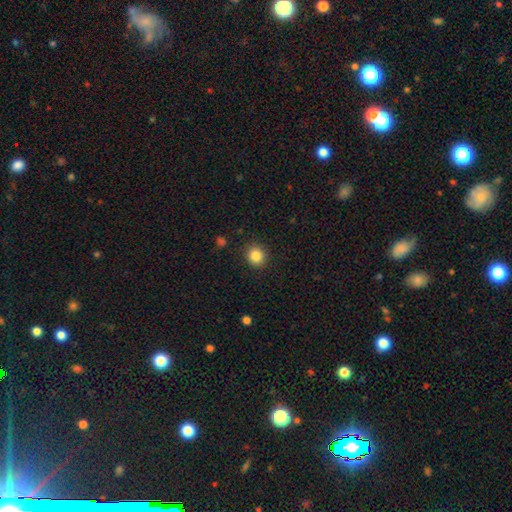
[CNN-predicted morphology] The model was most divided on "how rounded": round: 87%, in between: 12%, cigar-shaped: 1%. More confident: merging — none (90%); smooth or featured — smooth (85%).